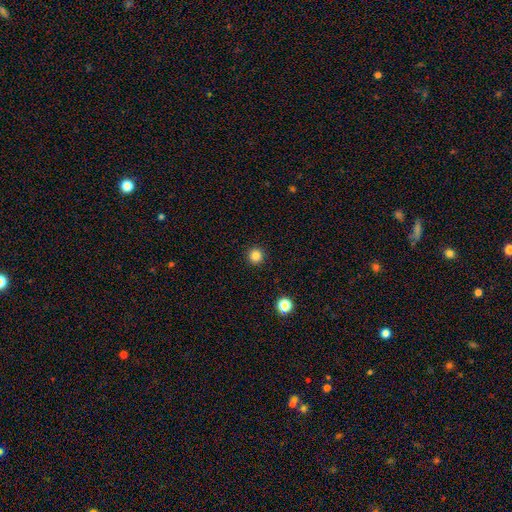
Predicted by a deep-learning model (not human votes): Morphology: type=smooth (84%); roundness=round (96%); merging=none (93%).